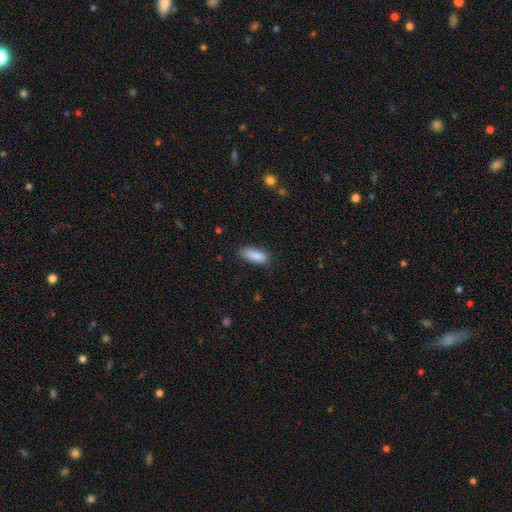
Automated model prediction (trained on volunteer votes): A smooth galaxy with no disk features (88%) that is in between round and cigar-shaped (77%).

Vote fractions:
- Smooth or featured? smooth: 88% / star or artifact: 7% / featured or disk: 5%
- How rounded? in between: 77% / cigar-shaped: 21% / round: 2%
- Merging? none: 81% / minor disturbance: 15% / major disturbance: 3% / merger: 1%